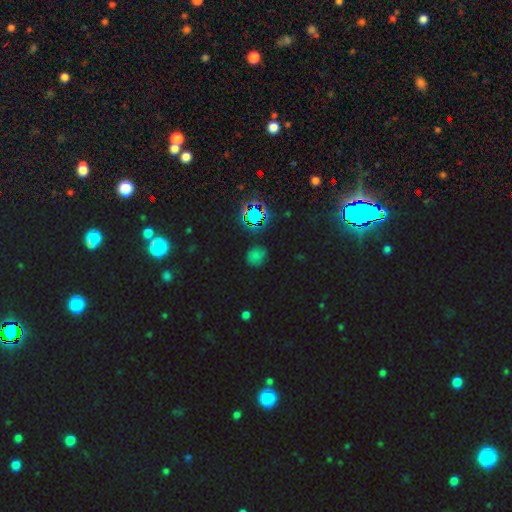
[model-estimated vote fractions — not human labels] Smooth or featured: smooth — 50% (star or artifact — 43%)
How rounded: round — 84% (in between — 15%)
Merging: none — 81% (minor disturbance — 12%)